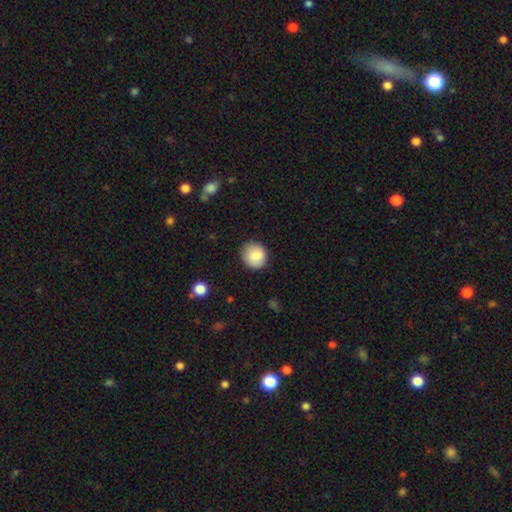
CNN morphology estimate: Q: Smooth or featured?
A: smooth (81%); runner-up: featured or disk (12%)
Q: How rounded?
A: round (85%); runner-up: in between (14%)
Q: Merging?
A: none (86%); runner-up: minor disturbance (11%)